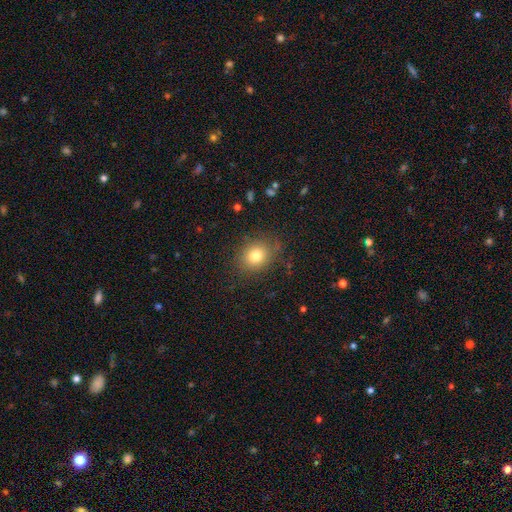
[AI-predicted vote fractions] smooth-or-featured: smooth: 78% | star or artifact: 12% | featured or disk: 10%
  how-rounded: round: 65% | in between: 34% | cigar-shaped: 1%
  merging: none: 80% | minor disturbance: 14% | major disturbance: 5% | merger: 1%